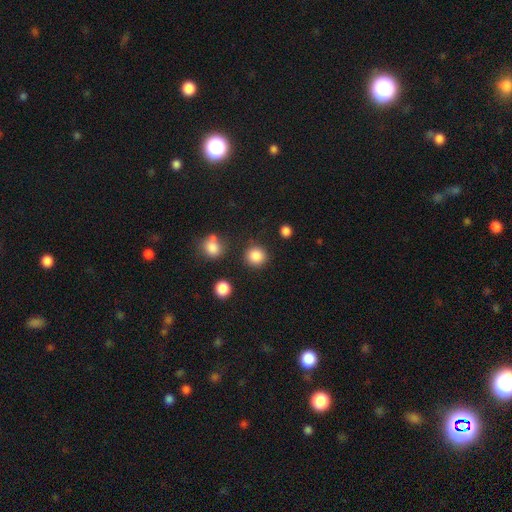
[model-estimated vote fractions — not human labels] A smooth galaxy with no disk features (86%) that is round (92%). Merging: none (85%).